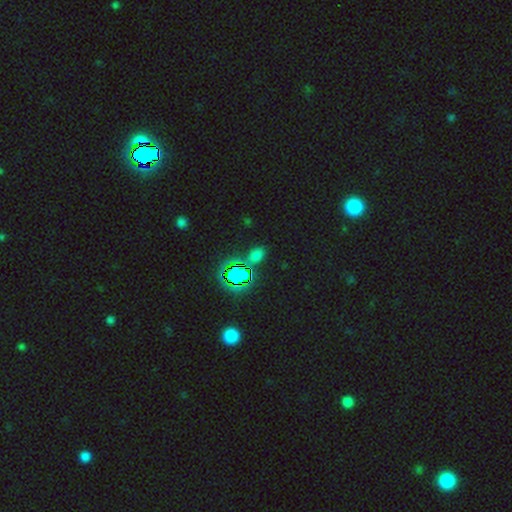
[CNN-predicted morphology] Q: Smooth or featured?
A: smooth (46%); runner-up: star or artifact (45%)
Q: Merging?
A: none (74%); runner-up: minor disturbance (13%)